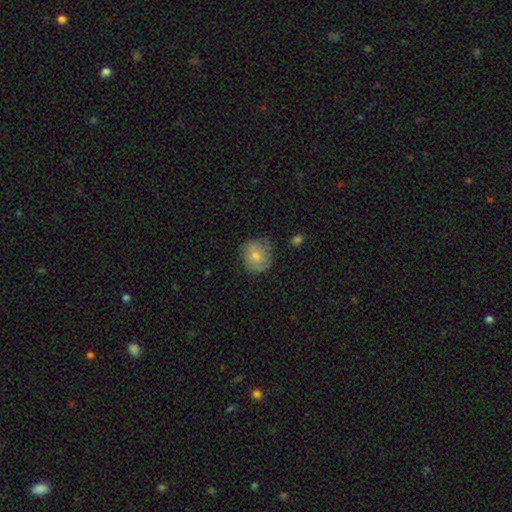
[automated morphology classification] Smooth or featured: smooth — 71% (featured or disk — 20%)
How rounded: round — 82% (in between — 17%)
Merging: none — 72% (minor disturbance — 22%)